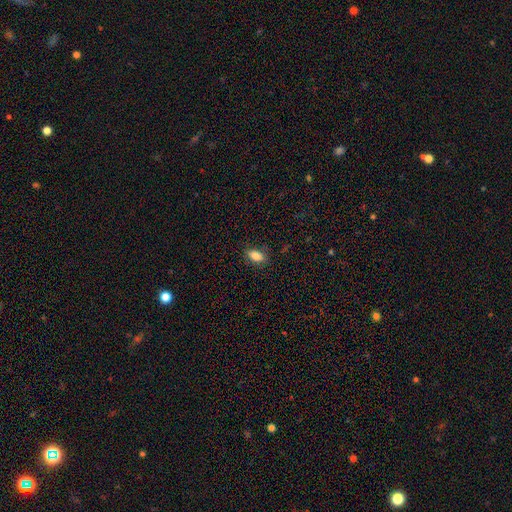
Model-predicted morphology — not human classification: A smooth galaxy with no disk features (85%) that is in between round and cigar-shaped (89%).

Vote fractions:
- Smooth or featured? smooth: 85% / star or artifact: 8% / featured or disk: 7%
- How rounded? in between: 89% / round: 7% / cigar-shaped: 4%
- Merging? none: 85% / minor disturbance: 12% / major disturbance: 3% / merger: 1%